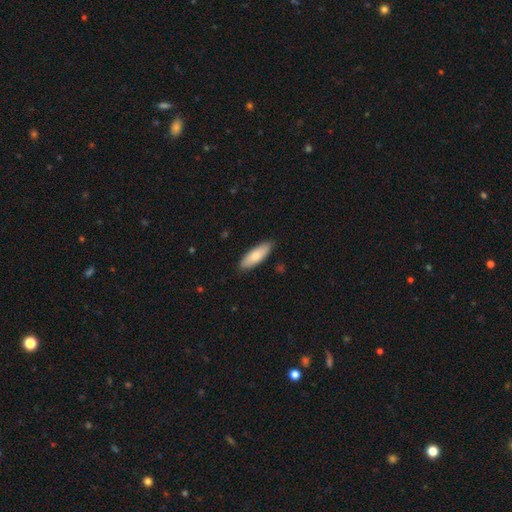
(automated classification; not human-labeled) smooth 78%, featured or disk 16%, star or artifact 5%. Down the decision tree: how rounded — in between (63%); merging — none (86%).